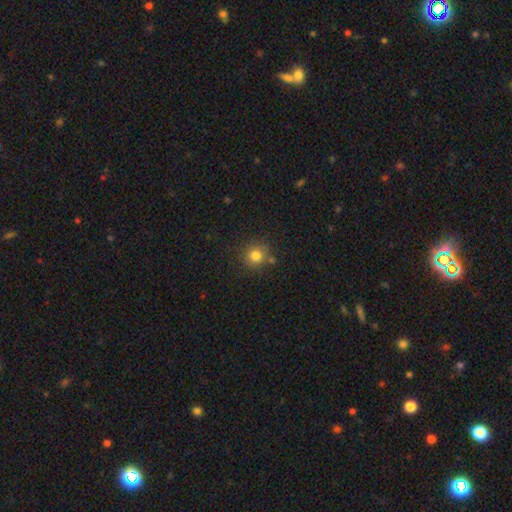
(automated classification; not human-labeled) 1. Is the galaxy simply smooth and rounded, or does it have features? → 80% smooth, 13% star or artifact, 7% featured or disk.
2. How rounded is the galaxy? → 91% round, 8% in between, 1% cigar-shaped.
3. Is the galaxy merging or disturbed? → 79% none, 11% minor disturbance, 7% merger, 3% major disturbance.